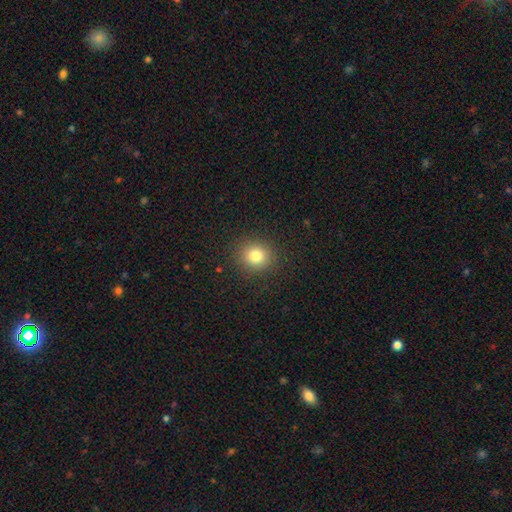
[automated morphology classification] A smooth galaxy with no disk features (81%) that is round (85%). Merging: none (89%).